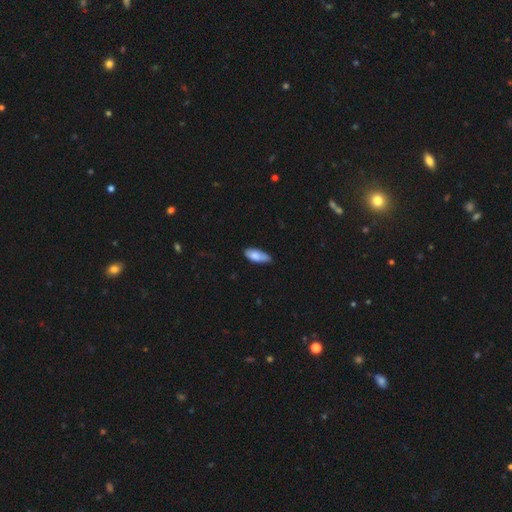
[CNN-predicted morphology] Q: Smooth or featured?
A: smooth (76%); runner-up: featured or disk (18%)
Q: How rounded?
A: in between (81%); runner-up: cigar-shaped (17%)
Q: Merging?
A: none (63%); runner-up: minor disturbance (31%)